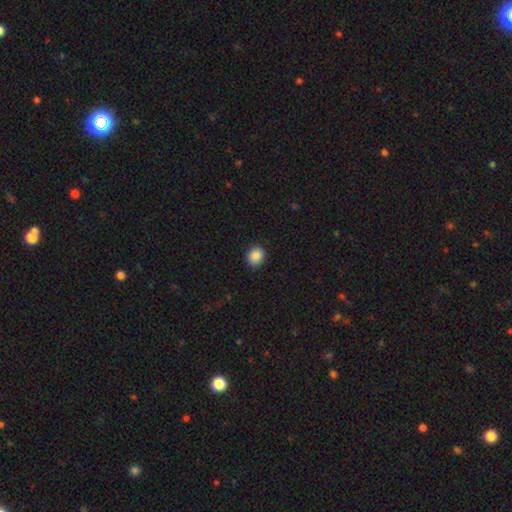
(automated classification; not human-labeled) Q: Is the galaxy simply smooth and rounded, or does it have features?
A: smooth — 88%.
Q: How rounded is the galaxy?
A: round — 59%.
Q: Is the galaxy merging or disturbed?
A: none — 87%.